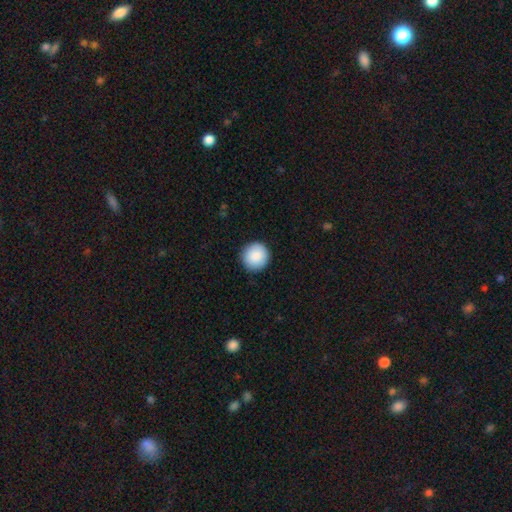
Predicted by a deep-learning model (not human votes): Smooth or featured?
  - smooth: 89% *
  - star or artifact: 7%
  - featured or disk: 4%
How rounded?
  - round: 95% *
  - in between: 4%
  - cigar-shaped: 1%
Merging?
  - none: 92% *
  - minor disturbance: 6%
  - major disturbance: 2%
  - merger: 1%